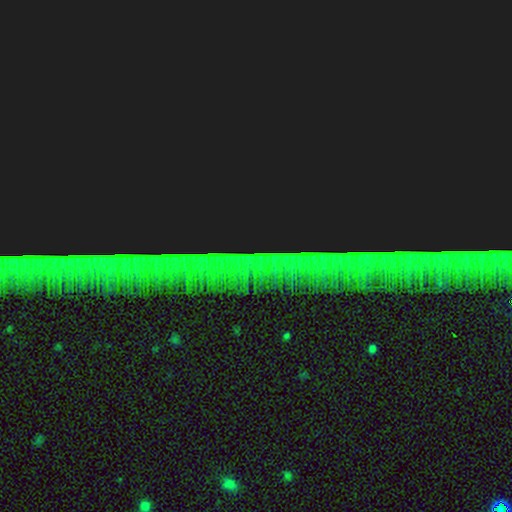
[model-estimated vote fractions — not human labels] Overall: star or artifact (84%).